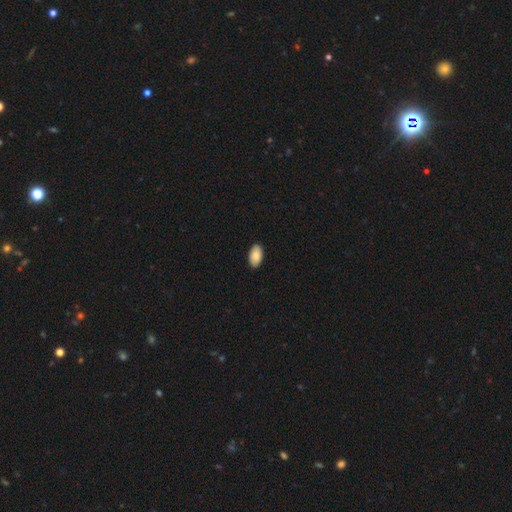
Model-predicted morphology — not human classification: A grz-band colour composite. It shows a smooth galaxy with no disk features (85%) that is in between round and cigar-shaped (95%). Merging: none (90%).